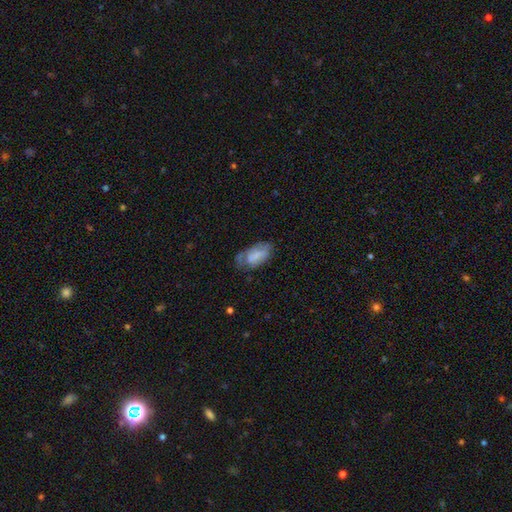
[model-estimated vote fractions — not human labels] Smooth or featured? smooth (62%)
How rounded? in between (92%)
Merging? none (45%)